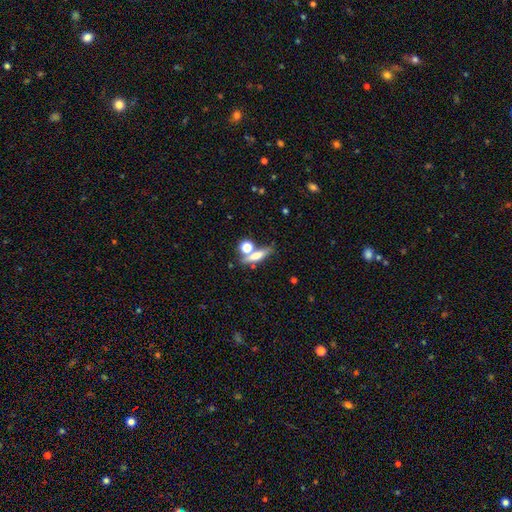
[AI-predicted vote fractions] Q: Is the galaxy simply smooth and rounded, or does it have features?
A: smooth — 63%.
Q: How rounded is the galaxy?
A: cigar-shaped — 52%.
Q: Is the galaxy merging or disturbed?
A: none — 57%.